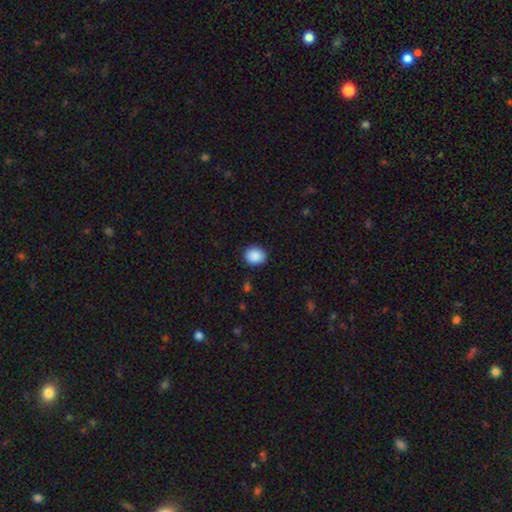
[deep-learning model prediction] The model was most divided on "how rounded": round: 69%, in between: 30%, cigar-shaped: 1%. More confident: smooth or featured — smooth (89%); merging — none (87%).